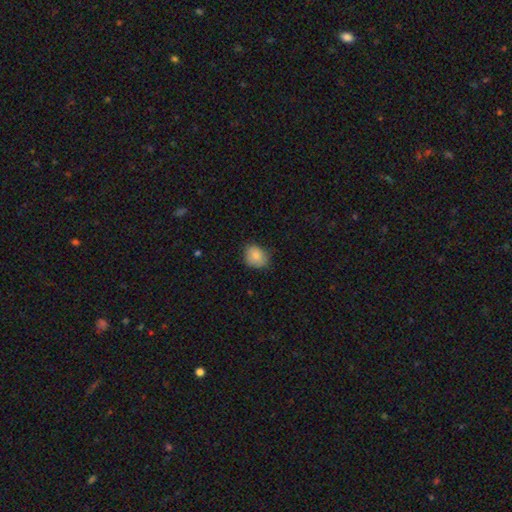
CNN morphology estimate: Overall: smooth (83%). How rounded: round (53%; in between 46%). Merging: none (68%).